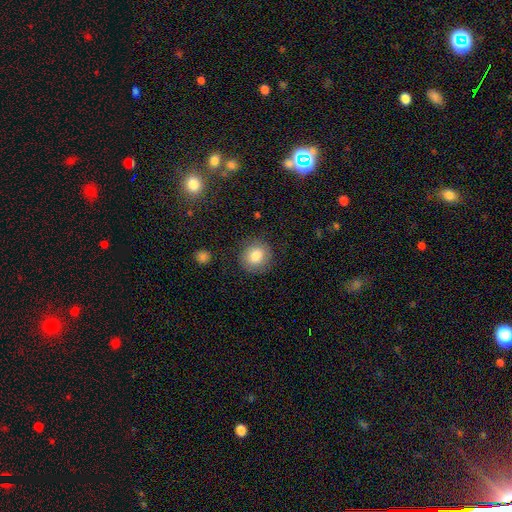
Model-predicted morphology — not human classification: Smooth or featured?
  - smooth: 82% *
  - featured or disk: 9%
  - star or artifact: 9%
How rounded?
  - round: 85% *
  - in between: 14%
  - cigar-shaped: 1%
Merging?
  - none: 85% *
  - minor disturbance: 10%
  - major disturbance: 4%
  - merger: 1%